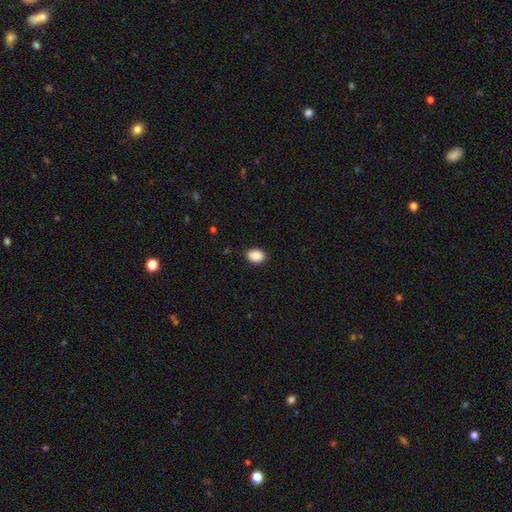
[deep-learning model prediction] Smooth or featured? smooth (90%)
How rounded? in between (76%)
Merging? none (89%)